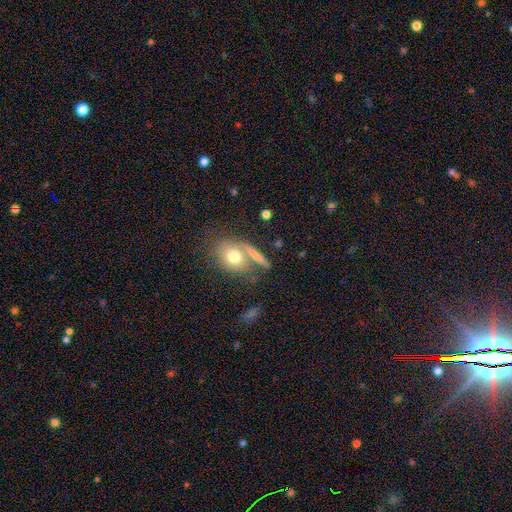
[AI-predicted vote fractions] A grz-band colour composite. It shows a smooth galaxy with no disk features (64%) that is in between round and cigar-shaped (36%). Merging: none (56%).